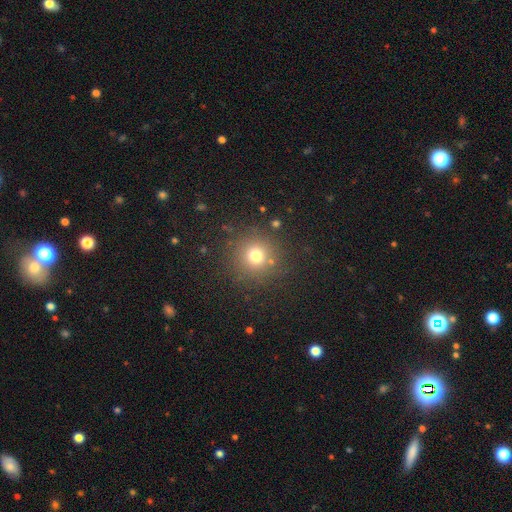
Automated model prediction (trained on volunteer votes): This is likely a smooth galaxy (73%). How rounded: clearly round (94%). Merging: clearly none (85%).